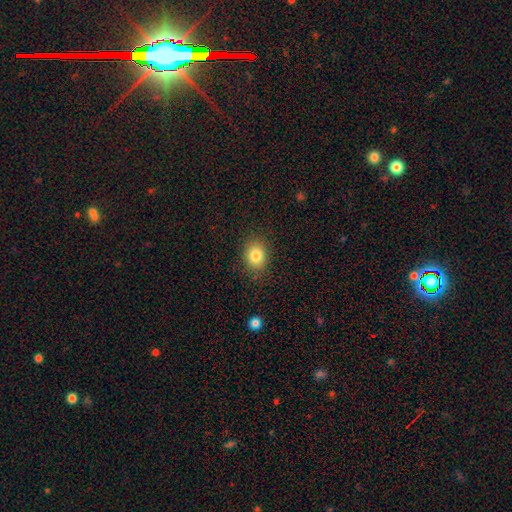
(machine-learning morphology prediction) smooth_or_featured: smooth (p=0.83) [alt: star or artifact p=0.10]
how_rounded: round (p=0.54) [alt: in between p=0.45]
merging: none (p=0.86) [alt: minor disturbance p=0.10]